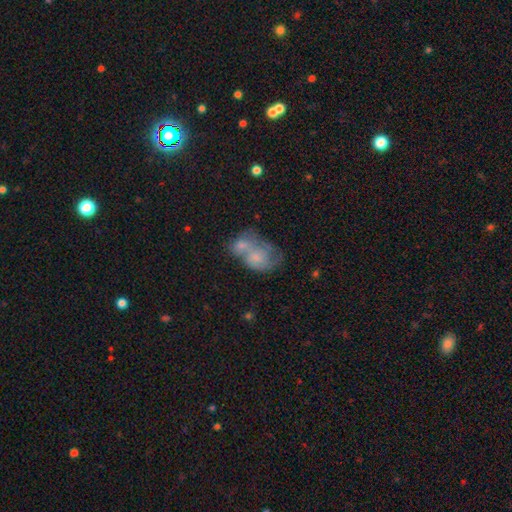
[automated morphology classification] smooth 52%, featured or disk 38%, star or artifact 9%. Down the decision tree: how rounded — in between (67%); merging — merger (64%).